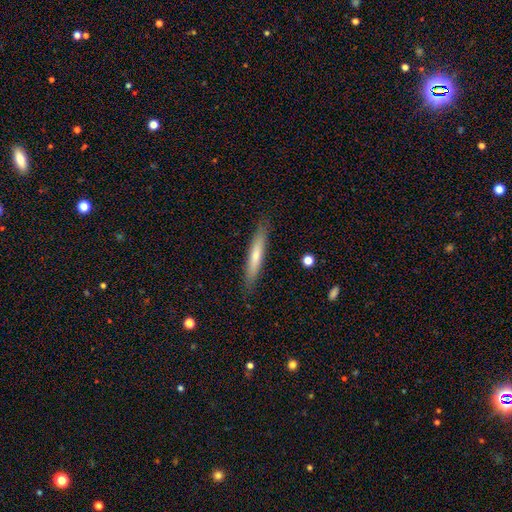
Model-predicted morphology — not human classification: This is possibly a smooth galaxy (58%). How rounded: clearly cigar-shaped (92%). Merging: clearly none (88%).